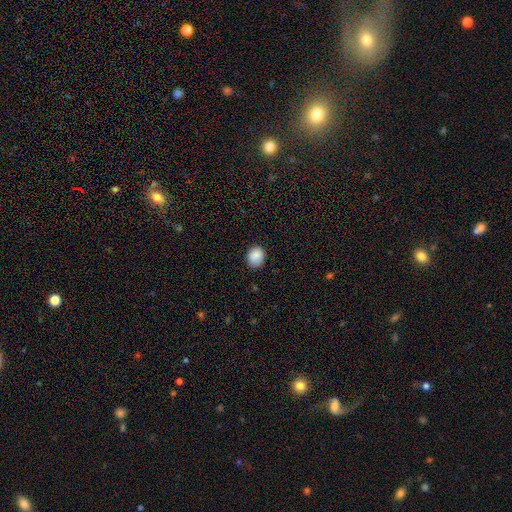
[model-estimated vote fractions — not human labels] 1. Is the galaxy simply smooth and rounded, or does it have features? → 88% smooth, 8% star or artifact, 4% featured or disk.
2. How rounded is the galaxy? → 66% round, 33% in between, 1% cigar-shaped.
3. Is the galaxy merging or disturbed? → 84% none, 13% minor disturbance, 2% major disturbance, 1% merger.